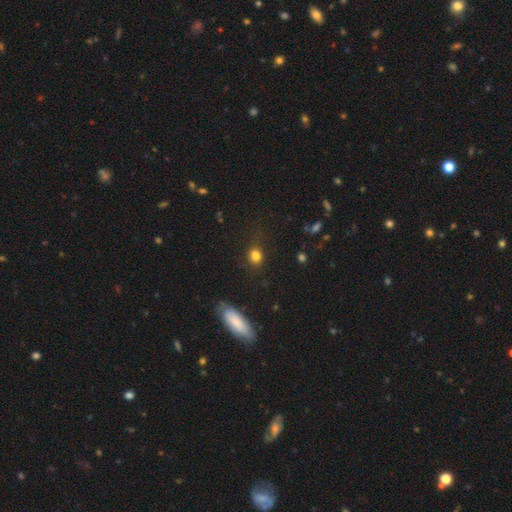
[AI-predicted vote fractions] The model was most divided on "how rounded": round: 54%, in between: 43%, cigar-shaped: 3%. More confident: smooth or featured — smooth (80%); merging — none (73%).